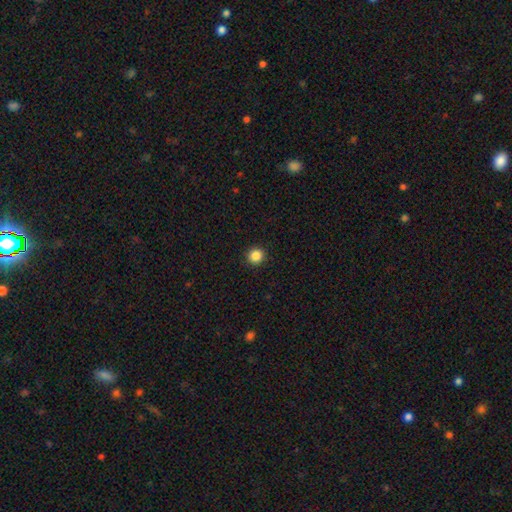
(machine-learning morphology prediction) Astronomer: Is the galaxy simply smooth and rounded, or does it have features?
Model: smooth — 86%.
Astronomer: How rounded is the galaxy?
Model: round — 95%.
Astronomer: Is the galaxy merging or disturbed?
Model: none — 93%.